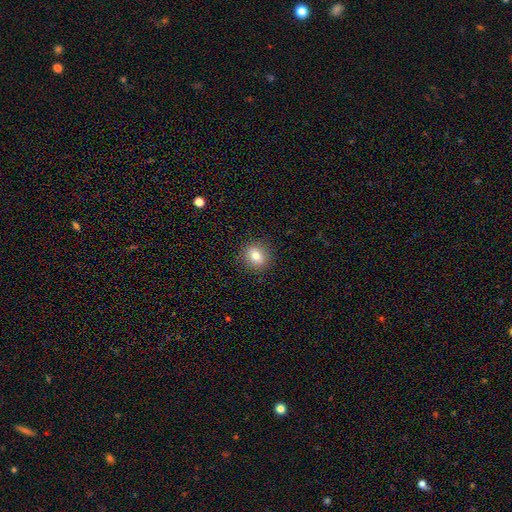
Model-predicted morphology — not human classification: A smooth galaxy with no disk features (77%) that is round (76%).

Vote fractions:
- Smooth or featured? smooth: 77% / featured or disk: 12% / star or artifact: 11%
- How rounded? round: 76% / in between: 23% / cigar-shaped: 1%
- Merging? none: 89% / minor disturbance: 7% / major disturbance: 2% / merger: 1%